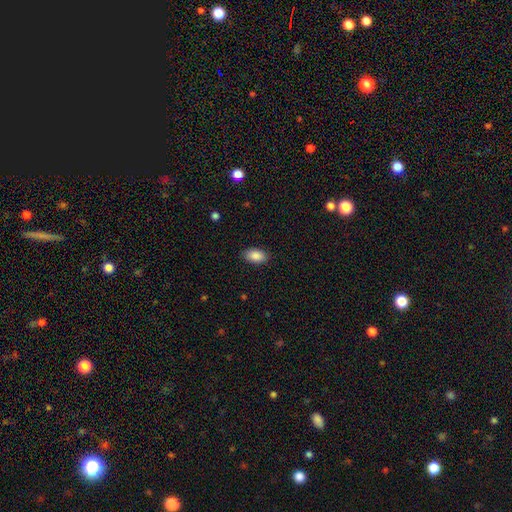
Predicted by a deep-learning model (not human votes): Smooth or featured?
  - smooth: 88% *
  - star or artifact: 7%
  - featured or disk: 5%
How rounded?
  - in between: 93% *
  - round: 5%
  - cigar-shaped: 2%
Merging?
  - none: 88% *
  - minor disturbance: 9%
  - major disturbance: 2%
  - merger: 1%